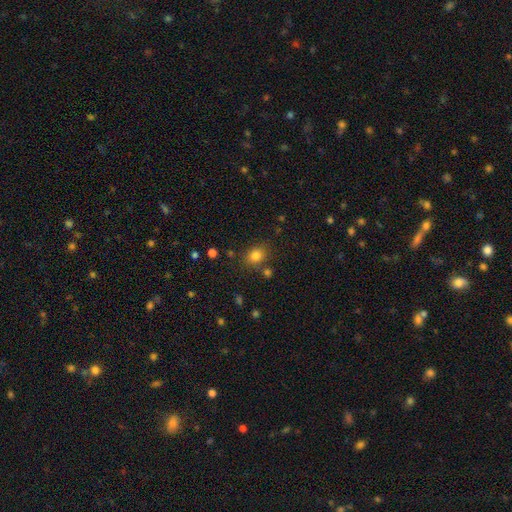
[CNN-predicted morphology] The model was most divided on "how rounded": round: 55%, in between: 44%, cigar-shaped: 1%. More confident: smooth or featured — smooth (81%); merging — none (77%).